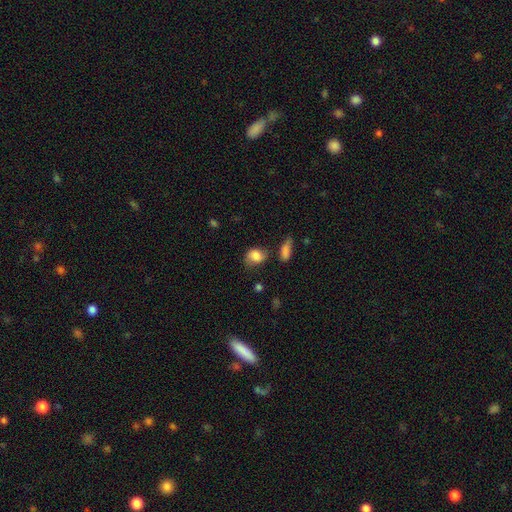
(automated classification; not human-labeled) The model was most divided on "how rounded": in between: 59%, round: 39%, cigar-shaped: 2%. More confident: smooth or featured — smooth (76%); merging — none (53%).